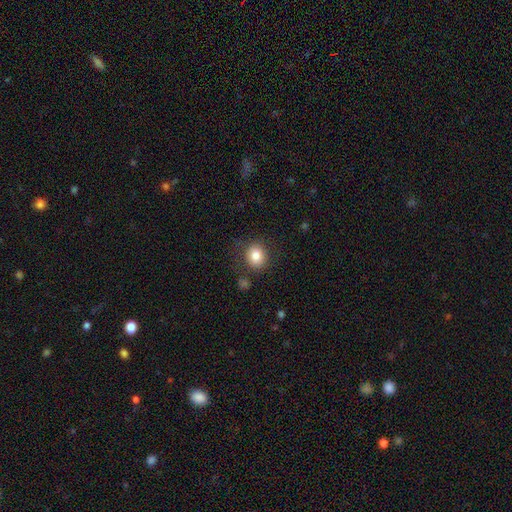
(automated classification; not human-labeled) A smooth galaxy with no disk features (82%) that is round (77%). Merging: none (81%).